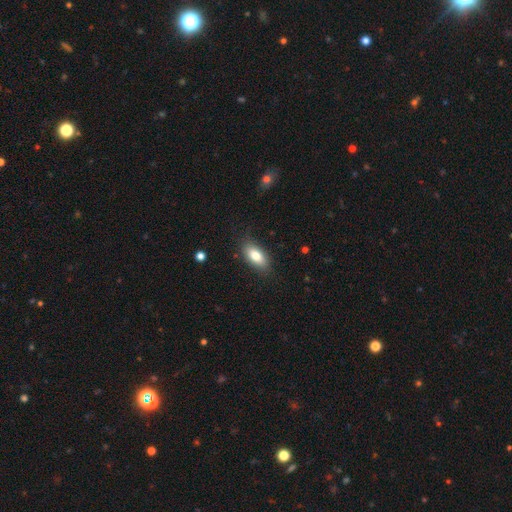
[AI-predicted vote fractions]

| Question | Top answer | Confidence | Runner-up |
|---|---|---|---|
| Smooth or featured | smooth | 80% | featured or disk (12%) |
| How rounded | in between | 88% | cigar-shaped (9%) |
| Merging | none | 84% | minor disturbance (12%) |